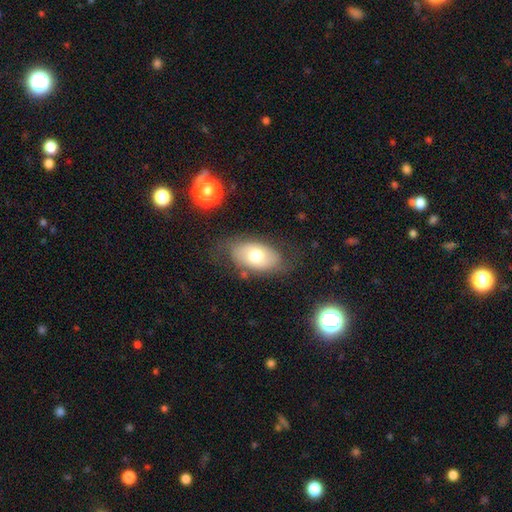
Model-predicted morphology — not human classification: Smooth or featured? Predicted: smooth (p=0.64). How rounded? Predicted: in between (p=0.91). Merging? Predicted: none (p=0.68).